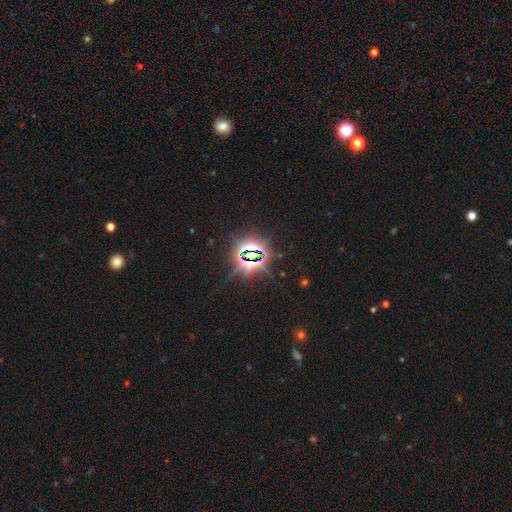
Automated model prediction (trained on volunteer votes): Smooth or featured? star or artifact (84%)